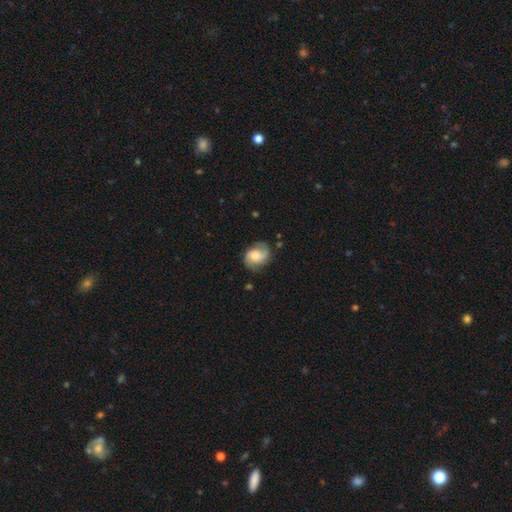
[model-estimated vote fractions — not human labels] Q: Smooth or featured?
A: featured or disk (56%); runner-up: smooth (37%)
Q: Edge-on disk?
A: no (97%); runner-up: yes (3%)
Q: Bar?
A: no (55%); runner-up: weak (36%)
Q: Spiral arms?
A: yes (91%); runner-up: no (9%)
Q: Bulge size?
A: moderate (32%); runner-up: large (30%)
Q: Merging?
A: none (68%); runner-up: minor disturbance (21%)